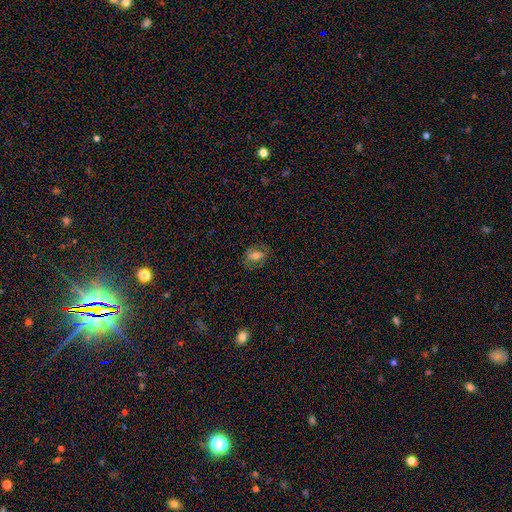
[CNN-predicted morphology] Smooth or featured?
  - smooth: 55% *
  - featured or disk: 34%
  - star or artifact: 11%
How rounded?
  - in between: 66% *
  - round: 32%
  - cigar-shaped: 2%
Merging?
  - none: 76% *
  - minor disturbance: 16%
  - major disturbance: 7%
  - merger: 1%